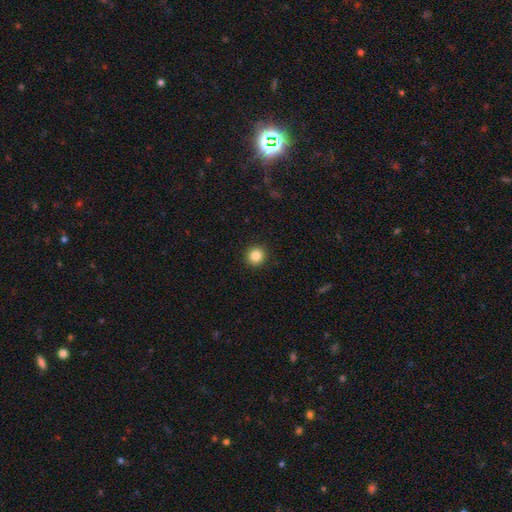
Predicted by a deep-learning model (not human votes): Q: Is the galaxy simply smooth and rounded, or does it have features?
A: smooth — 86%.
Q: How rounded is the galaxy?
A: round — 92%.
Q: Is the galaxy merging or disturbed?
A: none — 92%.